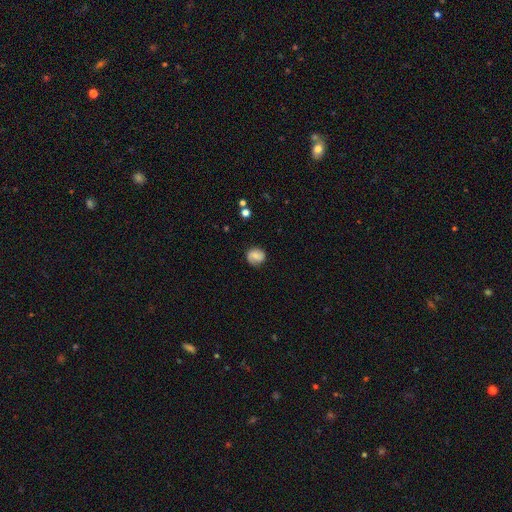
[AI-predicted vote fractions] smooth 52%, featured or disk 39%, star or artifact 9%. Down the decision tree: how rounded — round (80%); merging — none (77%).